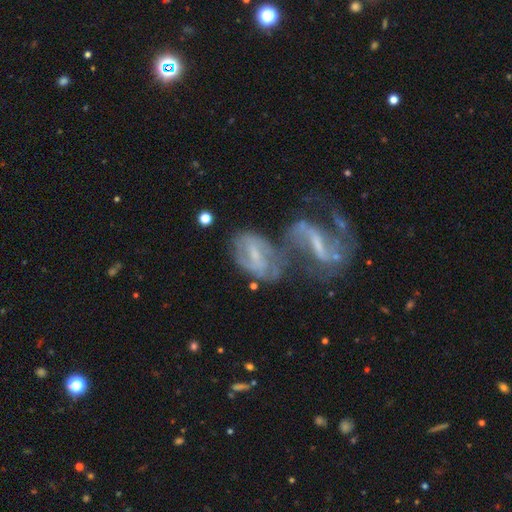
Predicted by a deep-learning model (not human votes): A featured or disk galaxy (70%) with a weak bar (43%), spiral arms (71%) and a small central bulge (50%).

Vote fractions:
- Smooth or featured? featured or disk: 70% / smooth: 21% / star or artifact: 9%
- Edge-on disk? no: 94% / yes: 6%
- Bar? weak: 43% / strong: 35% / no: 23%
- Spiral arms? yes: 71% / no: 29%
- Bulge size? small: 50% / moderate: 24% / none: 23% / large: 2% / dominant: 1%
- Merging? merger: 52% / none: 21% / major disturbance: 15% / minor disturbance: 12%